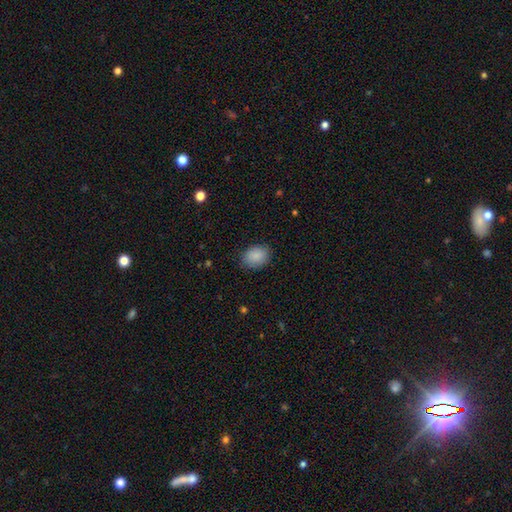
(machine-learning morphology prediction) The model was most divided on "how rounded": in between: 65%, round: 34%, cigar-shaped: 1%. More confident: smooth or featured — smooth (88%); merging — none (82%).